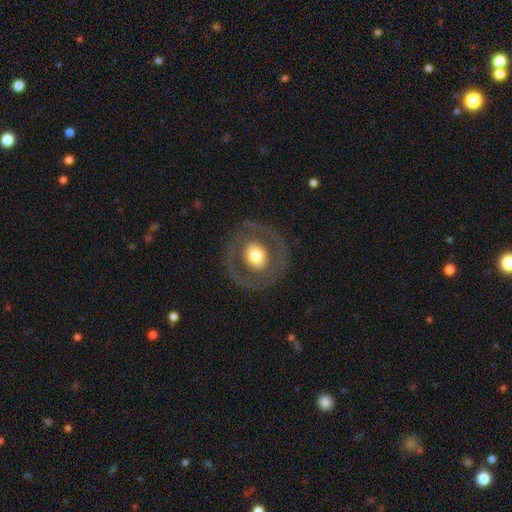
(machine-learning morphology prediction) Smooth or featured? Predicted: featured or disk (p=0.50). Merging? Predicted: none (p=0.82).